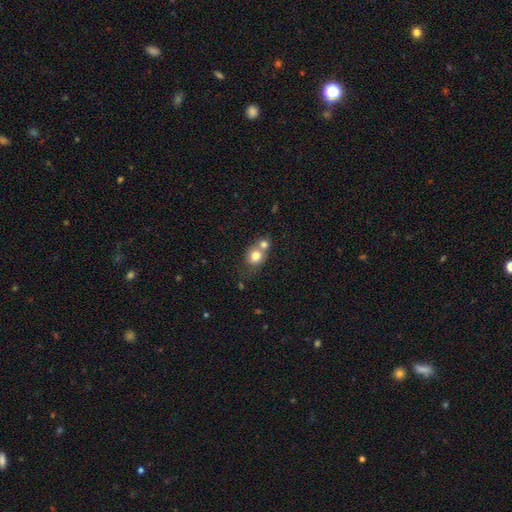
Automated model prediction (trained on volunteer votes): Smooth or featured: smooth — 76% (featured or disk — 14%)
How rounded: round — 72% (in between — 27%)
Merging: merger — 57% (none — 32%)